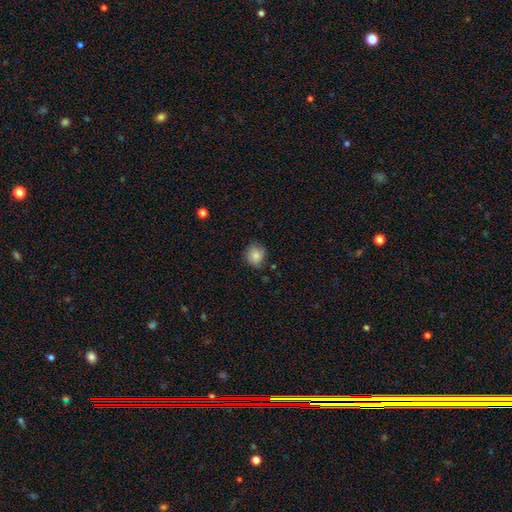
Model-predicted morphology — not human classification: smooth_or_featured: smooth (p=0.83) [alt: featured or disk p=0.09]
how_rounded: round (p=0.81) [alt: in between p=0.18]
merging: none (p=0.74) [alt: minor disturbance p=0.20]